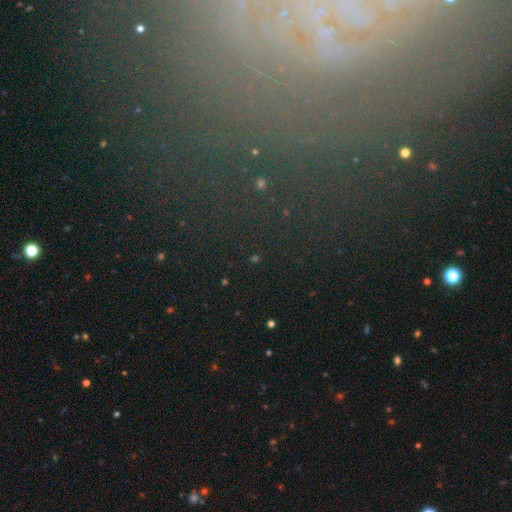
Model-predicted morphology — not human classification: smooth_or_featured: star or artifact (p=0.68) [alt: smooth p=0.17]